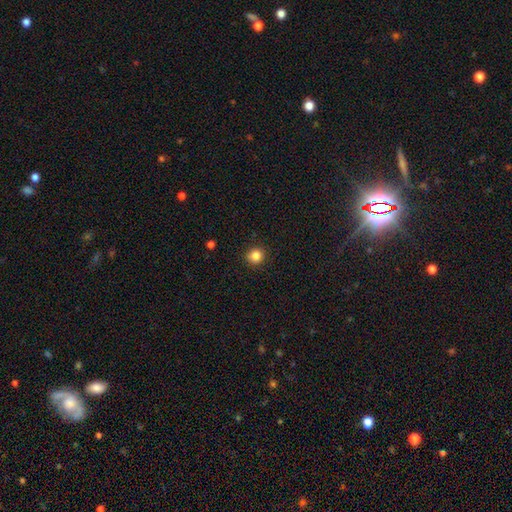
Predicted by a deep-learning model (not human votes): Q: Smooth or featured?
A: smooth (85%); runner-up: star or artifact (11%)
Q: How rounded?
A: round (91%); runner-up: in between (8%)
Q: Merging?
A: none (90%); runner-up: minor disturbance (7%)